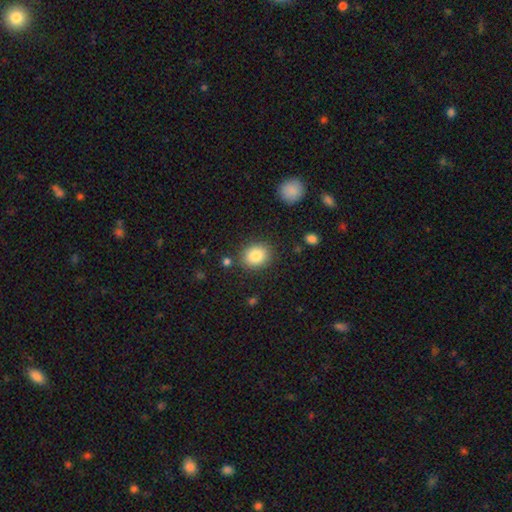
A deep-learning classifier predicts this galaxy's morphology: smooth-or-featured: smooth: 84% | star or artifact: 9% | featured or disk: 7%
  how-rounded: round: 63% | in between: 36% | cigar-shaped: 1%
  merging: none: 84% | minor disturbance: 9% | merger: 3% | major disturbance: 3%